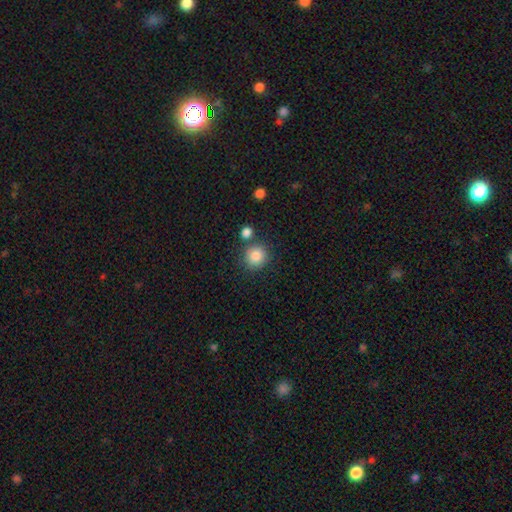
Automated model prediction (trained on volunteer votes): smooth-or-featured: smooth: 85% | star or artifact: 10% | featured or disk: 6%
  how-rounded: round: 90% | in between: 9% | cigar-shaped: 1%
  merging: none: 78% | merger: 10% | minor disturbance: 9% | major disturbance: 3%